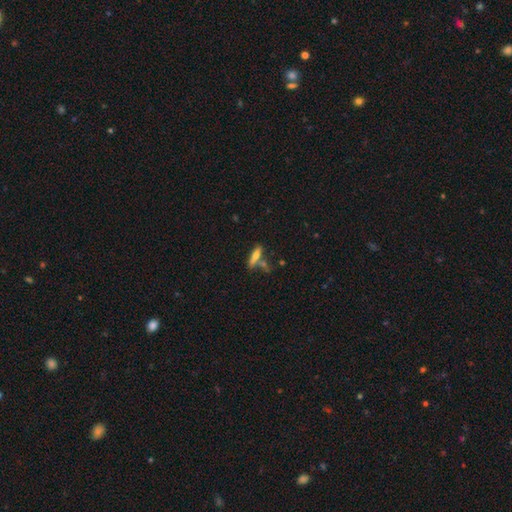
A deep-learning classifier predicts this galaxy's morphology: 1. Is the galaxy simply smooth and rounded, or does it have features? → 59% smooth, 32% featured or disk, 10% star or artifact.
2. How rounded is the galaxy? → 68% cigar-shaped, 29% in between, 3% round.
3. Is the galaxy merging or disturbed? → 54% none, 25% merger, 15% minor disturbance, 6% major disturbance.